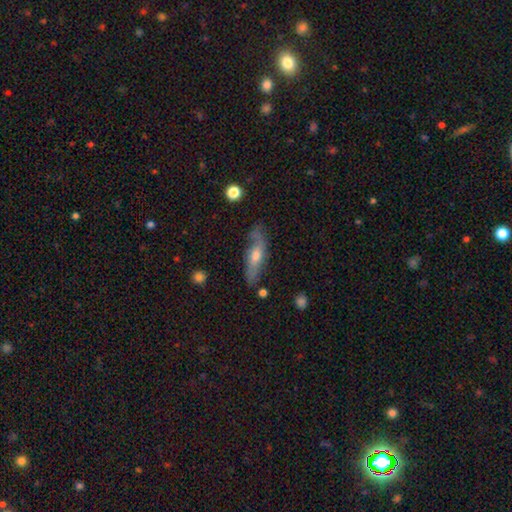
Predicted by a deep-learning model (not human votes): Smooth or featured?
  - featured or disk: 56% *
  - smooth: 37%
  - star or artifact: 7%
Edge-on disk?
  - no: 54% *
  - yes: 46%
Merging?
  - none: 71% *
  - minor disturbance: 20%
  - major disturbance: 6%
  - merger: 3%